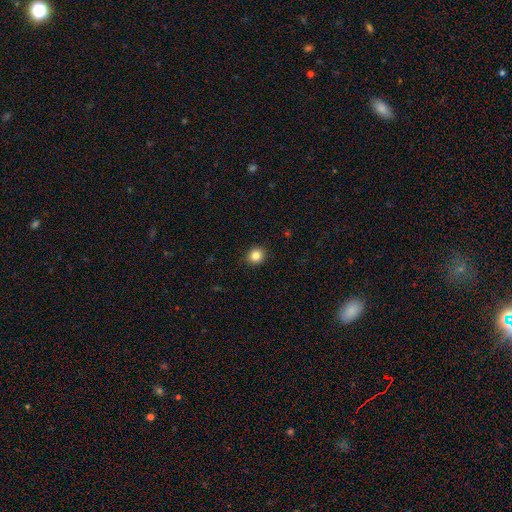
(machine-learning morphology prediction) This is clearly a smooth galaxy (85%). How rounded: clearly round (85%). Merging: clearly none (90%).